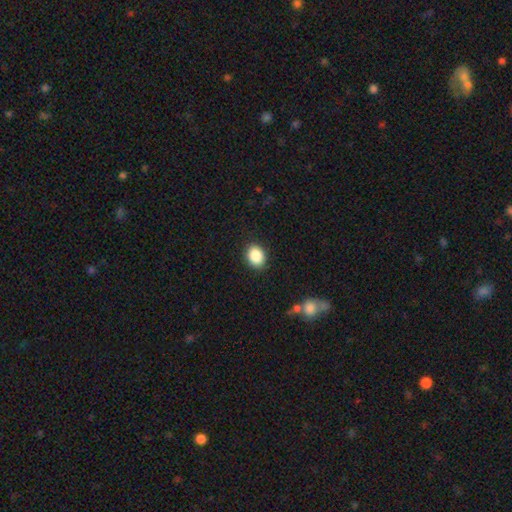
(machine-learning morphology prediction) Smooth or featured?
  - smooth: 88% *
  - star or artifact: 8%
  - featured or disk: 4%
How rounded?
  - in between: 55% *
  - round: 44%
  - cigar-shaped: 1%
Merging?
  - none: 88% *
  - minor disturbance: 8%
  - major disturbance: 2%
  - merger: 1%